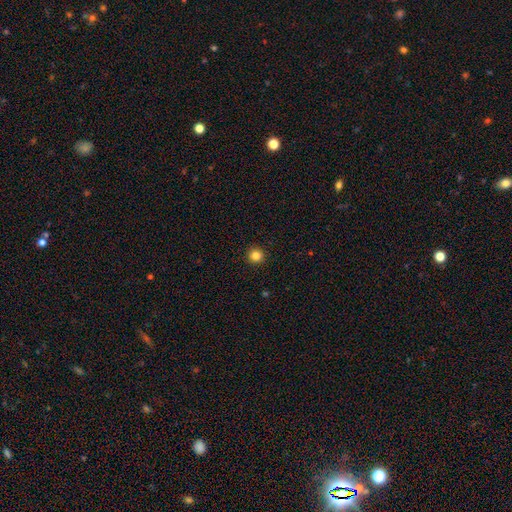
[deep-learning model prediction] Smooth or featured?
  - smooth: 84% *
  - star or artifact: 12%
  - featured or disk: 4%
How rounded?
  - round: 96% *
  - in between: 3%
  - cigar-shaped: 1%
Merging?
  - none: 94% *
  - minor disturbance: 4%
  - major disturbance: 1%
  - merger: 1%